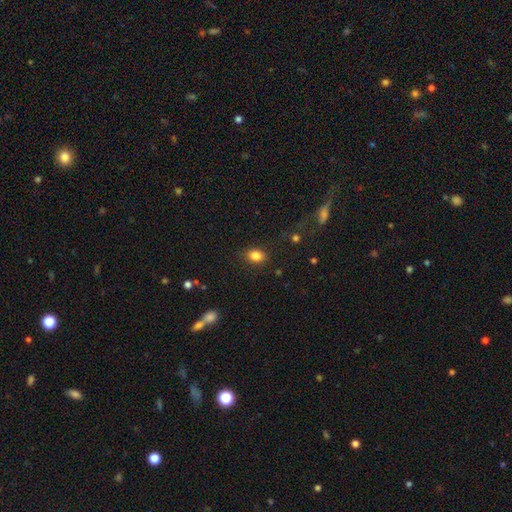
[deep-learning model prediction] Smooth or featured: smooth — 84% (star or artifact — 10%)
How rounded: in between — 67% (round — 31%)
Merging: none — 83% (minor disturbance — 12%)